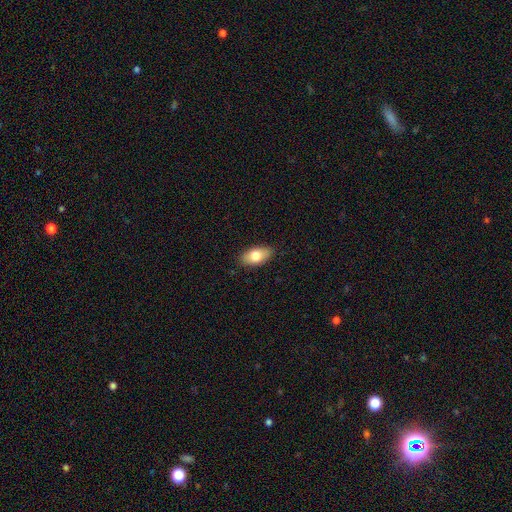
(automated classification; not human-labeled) smooth 77%, featured or disk 16%, star or artifact 7%. Down the decision tree: how rounded — in between (92%); merging — none (87%).